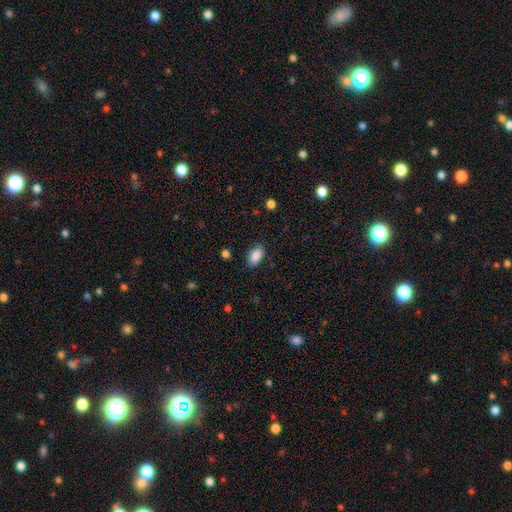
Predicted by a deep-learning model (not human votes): A smooth galaxy with no disk features (88%) that is in between round and cigar-shaped (93%). Merging: none (82%).